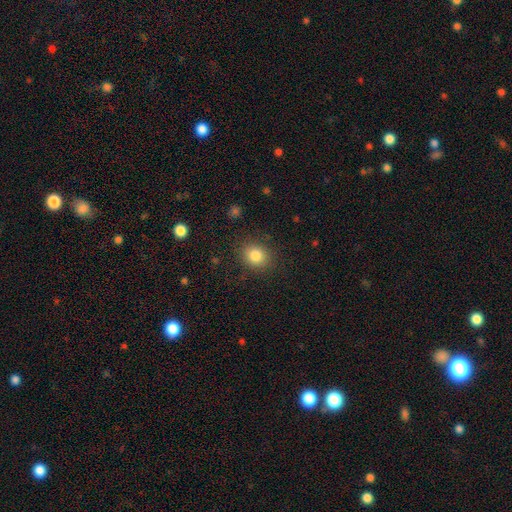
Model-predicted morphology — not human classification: This appears to be a smooth galaxy with no disk features (83%) that is round (65%). Merging: none (86%).